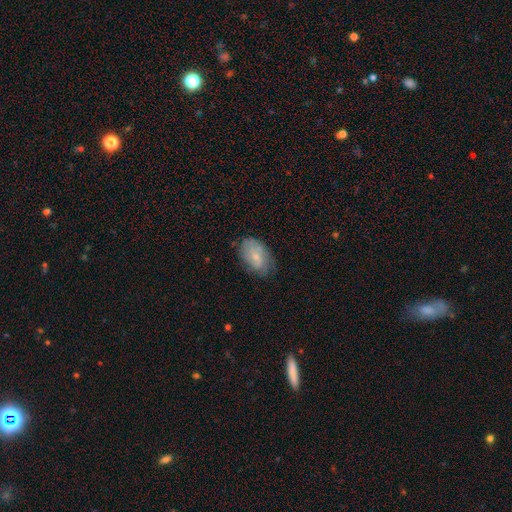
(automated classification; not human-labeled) Overall: smooth (54%; featured or disk 38%). How rounded: in between (90%). Merging: none (70%).